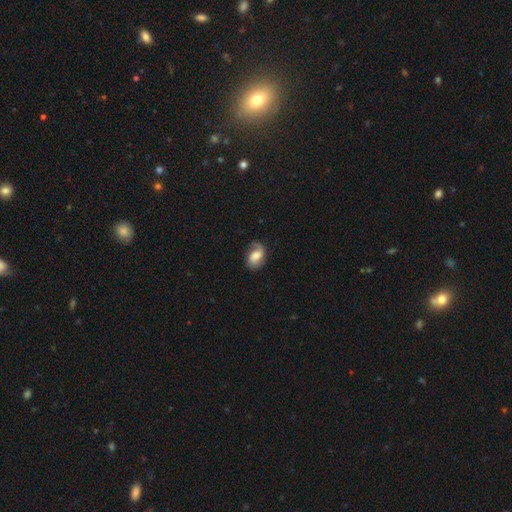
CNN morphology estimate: featured or disk 46% (tied), smooth 46% (tied), star or artifact 8%. Down the decision tree: merging — none (58%).